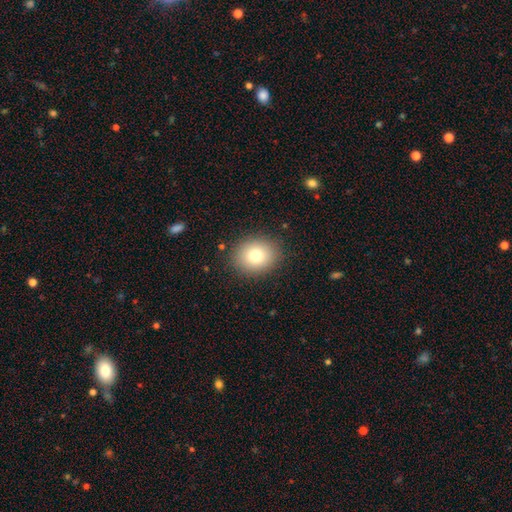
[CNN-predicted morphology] Q: Smooth or featured?
A: smooth (79%); runner-up: star or artifact (11%)
Q: How rounded?
A: round (62%); runner-up: in between (37%)
Q: Merging?
A: none (88%); runner-up: minor disturbance (8%)